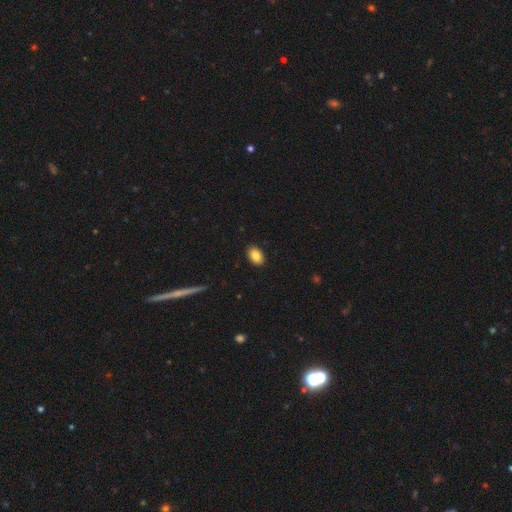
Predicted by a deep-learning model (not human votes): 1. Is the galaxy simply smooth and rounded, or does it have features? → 86% smooth, 8% star or artifact, 6% featured or disk.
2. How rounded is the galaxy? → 85% in between, 14% round, 1% cigar-shaped.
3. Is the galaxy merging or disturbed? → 90% none, 7% minor disturbance, 2% major disturbance, 1% merger.